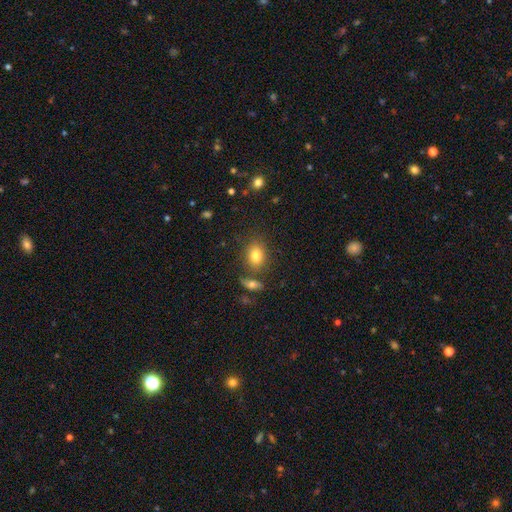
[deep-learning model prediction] Smooth or featured? smooth (81%)
How rounded? in between (66%)
Merging? none (74%)